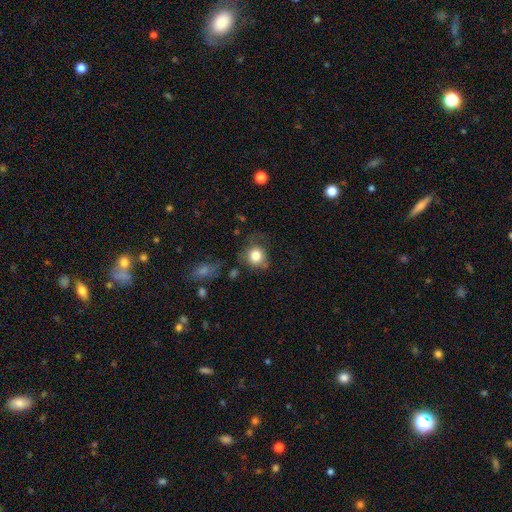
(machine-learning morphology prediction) A smooth galaxy with no disk features (80%) that is round (79%).

Vote fractions:
- Smooth or featured? smooth: 80% / featured or disk: 10% / star or artifact: 9%
- How rounded? round: 79% / in between: 20% / cigar-shaped: 1%
- Merging? none: 56% / minor disturbance: 25% / major disturbance: 14% / merger: 5%